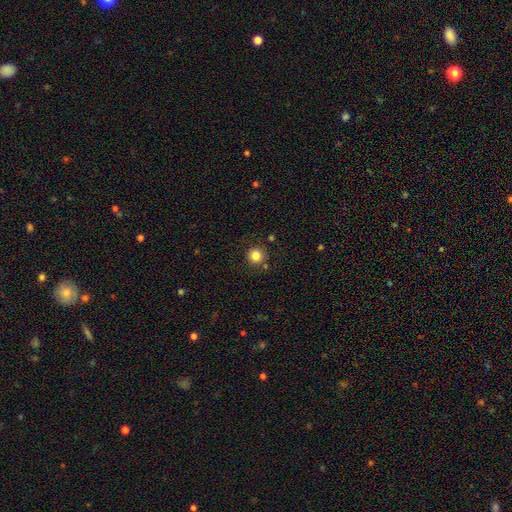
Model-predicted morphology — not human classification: smooth_or_featured: smooth (p=0.83) [alt: star or artifact p=0.12]
how_rounded: round (p=0.95) [alt: in between p=0.04]
merging: none (p=0.88) [alt: minor disturbance p=0.07]